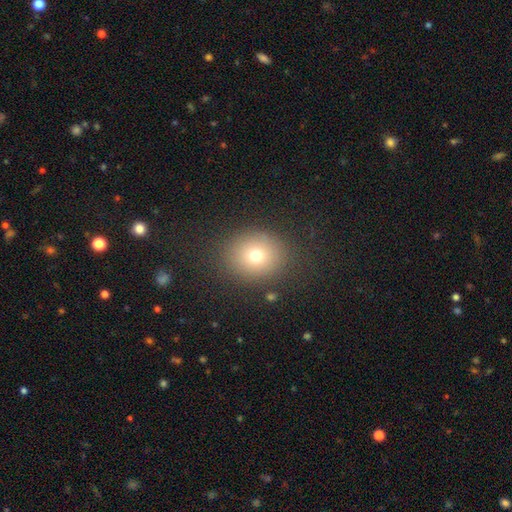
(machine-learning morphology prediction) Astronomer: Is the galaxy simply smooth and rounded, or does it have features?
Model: smooth — 72%.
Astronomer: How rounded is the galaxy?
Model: round — 73%.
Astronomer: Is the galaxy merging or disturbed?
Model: none — 85%.